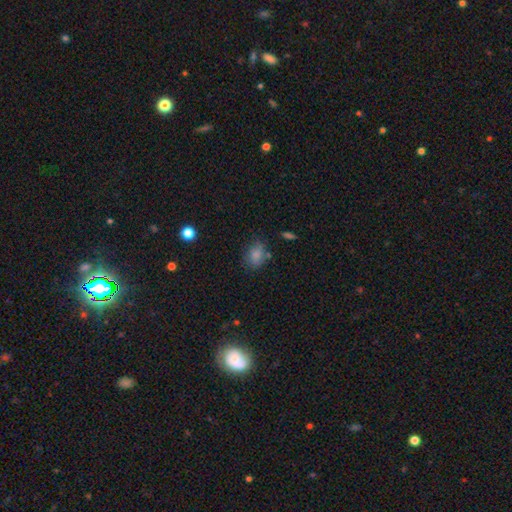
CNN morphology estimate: Smooth or featured? smooth (72%)
How rounded? in between (70%)
Merging? none (76%)